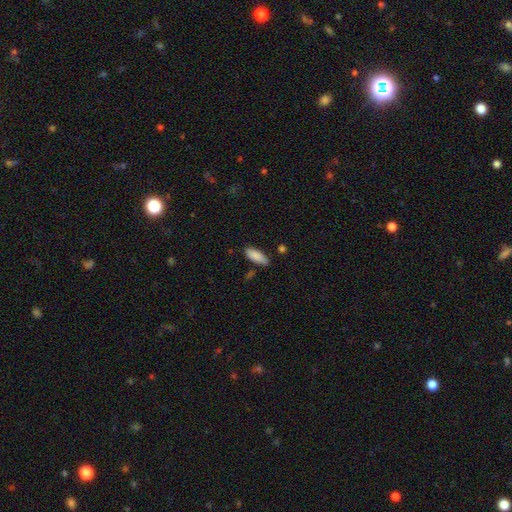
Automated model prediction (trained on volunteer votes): The model was most divided on "how rounded": in between: 68%, cigar-shaped: 30%, round: 2%. More confident: smooth or featured — smooth (88%); merging — none (77%).